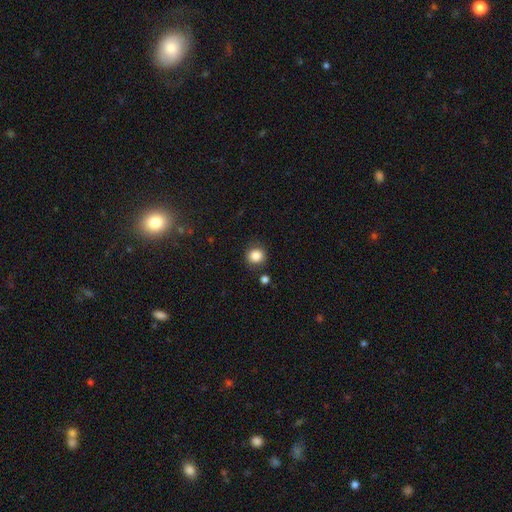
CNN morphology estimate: smooth 85%, star or artifact 10%, featured or disk 4%. Down the decision tree: how rounded — round (89%); merging — none (83%).